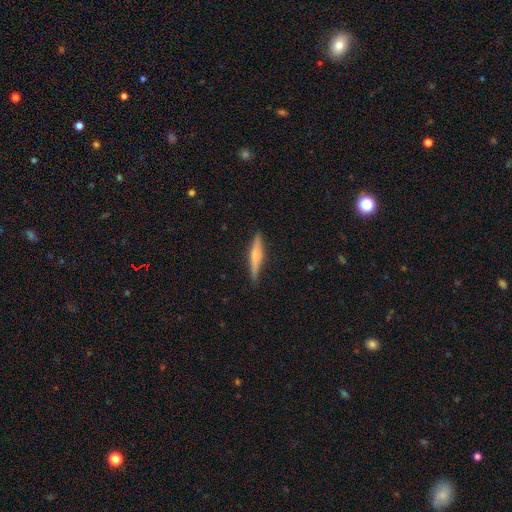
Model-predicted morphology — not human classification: type=featured or disk (48%); merging=none (87%).